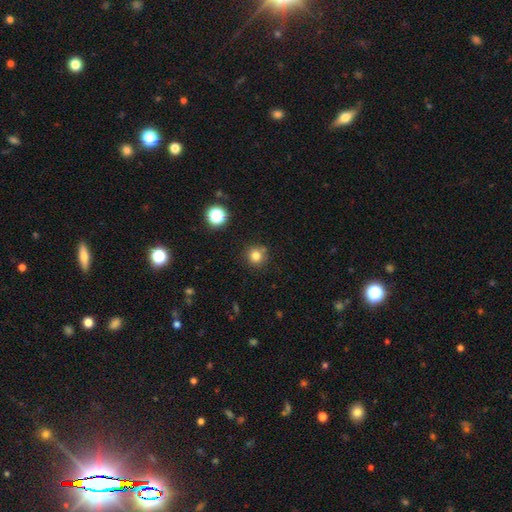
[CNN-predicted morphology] Q: Smooth or featured?
A: smooth (79%); runner-up: star or artifact (14%)
Q: How rounded?
A: round (93%); runner-up: in between (6%)
Q: Merging?
A: none (82%); runner-up: minor disturbance (10%)